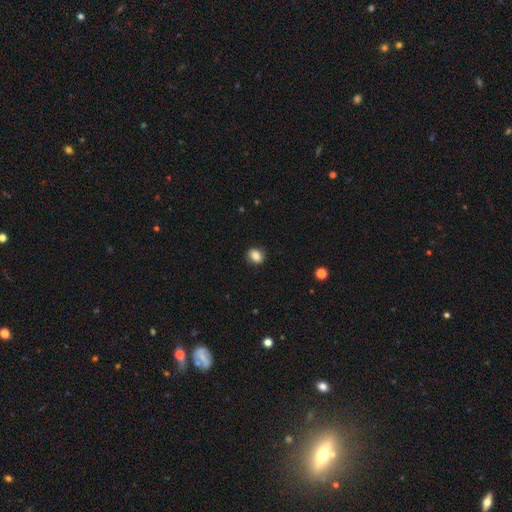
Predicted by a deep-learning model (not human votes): The model was most divided on "how rounded": in between: 50%, round: 48%, cigar-shaped: 1%. More confident: merging — none (86%); smooth or featured — smooth (82%).